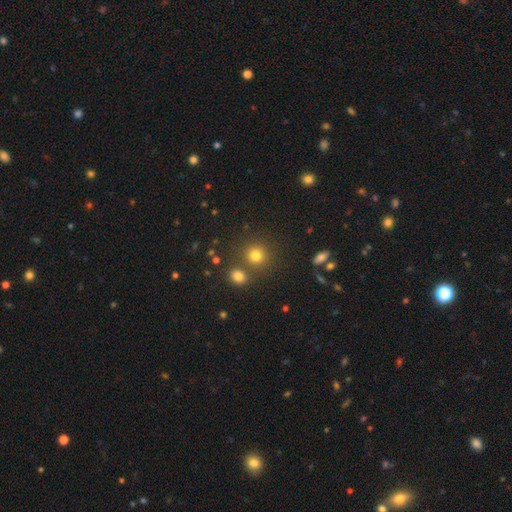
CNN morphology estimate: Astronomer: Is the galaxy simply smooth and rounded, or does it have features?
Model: smooth — 77%.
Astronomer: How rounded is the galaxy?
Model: round — 88%.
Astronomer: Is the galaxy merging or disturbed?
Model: none — 73%.